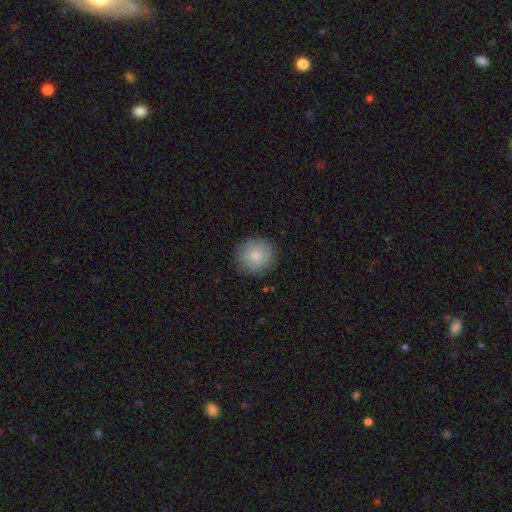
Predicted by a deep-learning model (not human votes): The model was most divided on "smooth or featured": smooth: 82%, featured or disk: 10%, star or artifact: 8%. More confident: how rounded — round (93%); merging — none (89%).